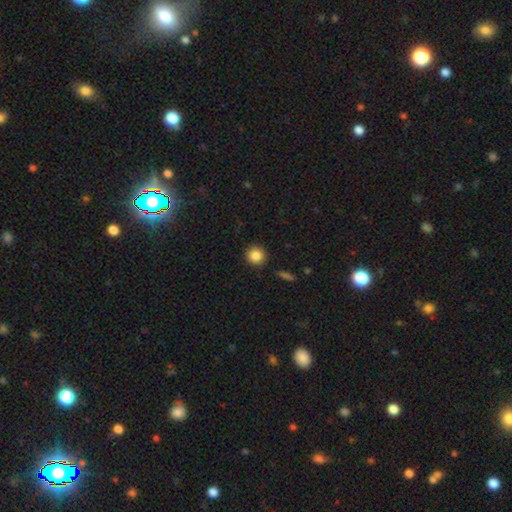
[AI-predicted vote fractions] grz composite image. It shows a smooth galaxy with no disk features (85%) that is round (93%). Merging: none (91%).